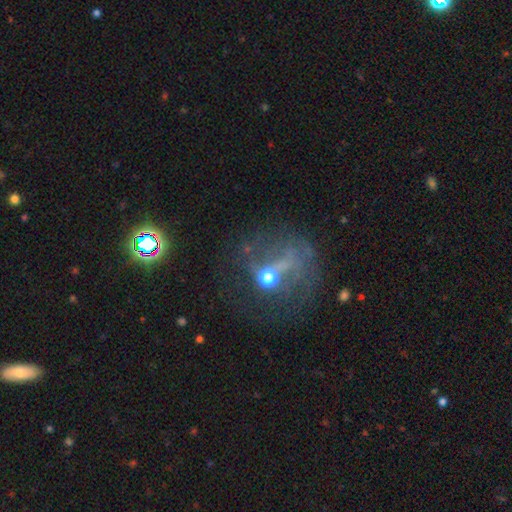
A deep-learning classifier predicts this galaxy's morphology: The model was most divided on "smooth or featured": featured or disk: 40%, star or artifact: 38%, smooth: 22%. More confident: merging — none (52%).